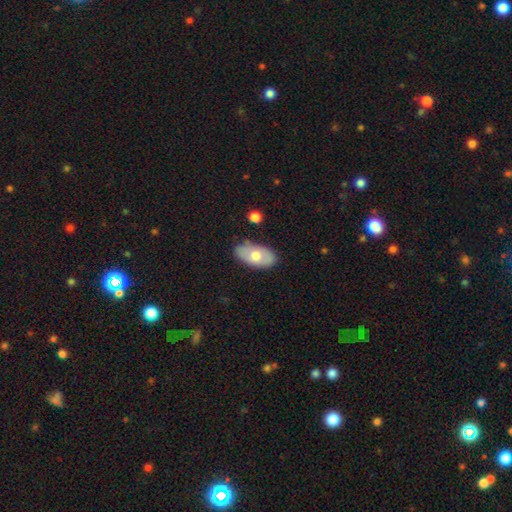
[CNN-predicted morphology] Smooth or featured?
  - smooth: 66% *
  - featured or disk: 28%
  - star or artifact: 6%
How rounded?
  - in between: 94% *
  - round: 4%
  - cigar-shaped: 3%
Merging?
  - none: 80% *
  - minor disturbance: 14%
  - major disturbance: 3%
  - merger: 3%